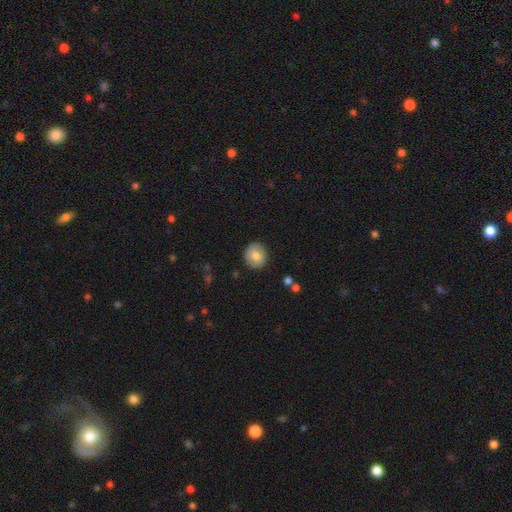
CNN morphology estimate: Smooth or featured? Predicted: smooth (p=0.79). How rounded? Predicted: round (p=0.87). Merging? Predicted: none (p=0.89).